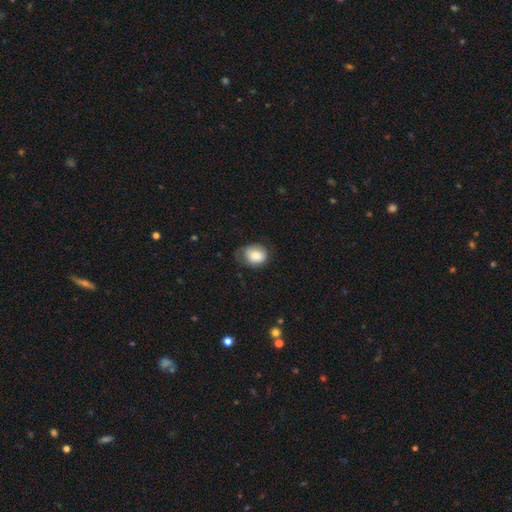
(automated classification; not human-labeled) A smooth galaxy with no disk features (80%) that is round (52%). Merging: none (55%).